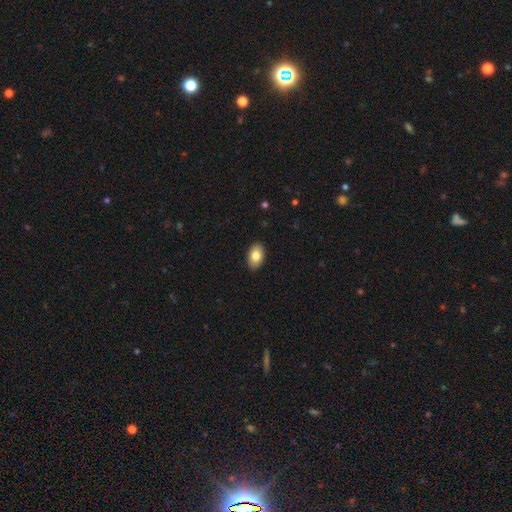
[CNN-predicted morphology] The model was most divided on "smooth or featured": smooth: 81%, featured or disk: 12%, star or artifact: 7%. More confident: how rounded — in between (92%); merging — none (90%).